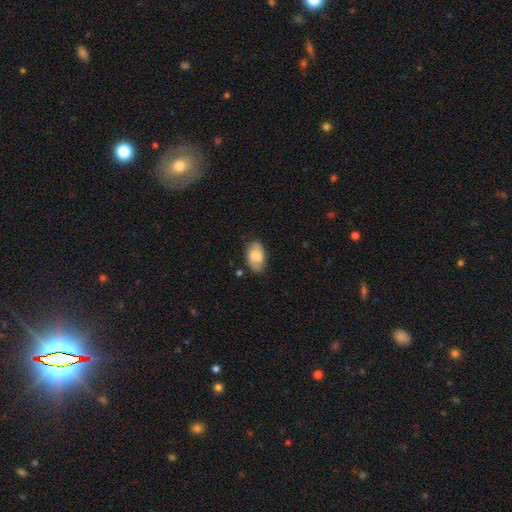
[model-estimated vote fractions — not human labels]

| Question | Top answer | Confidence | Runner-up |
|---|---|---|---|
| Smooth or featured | smooth | 61% | featured or disk (32%) |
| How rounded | in between | 93% | round (6%) |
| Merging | none | 78% | minor disturbance (17%) |